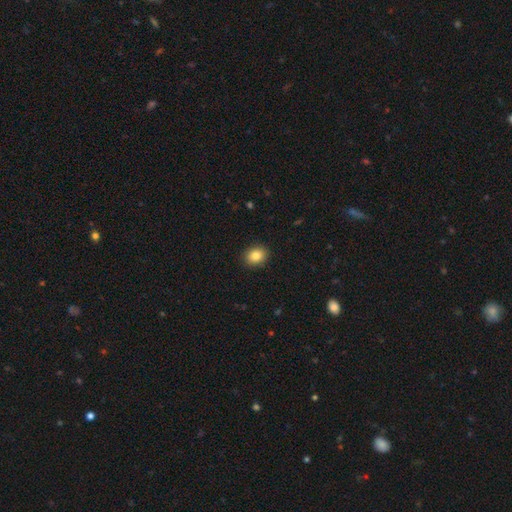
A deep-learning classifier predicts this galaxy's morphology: A smooth galaxy with no disk features (85%) that is in between round and cigar-shaped (51%). Merging: none (90%).